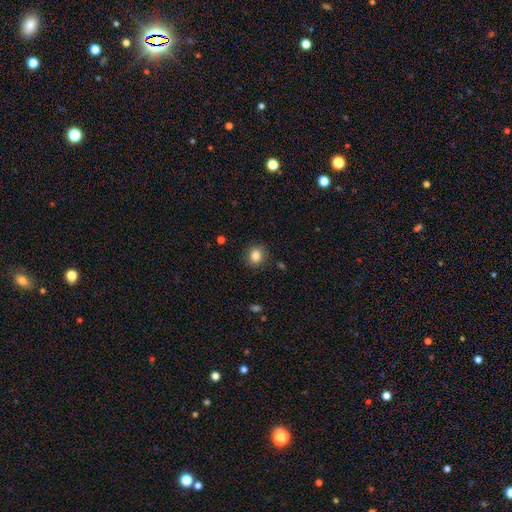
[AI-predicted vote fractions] Overall: smooth (84%). How rounded: round (72%). Merging: none (87%).